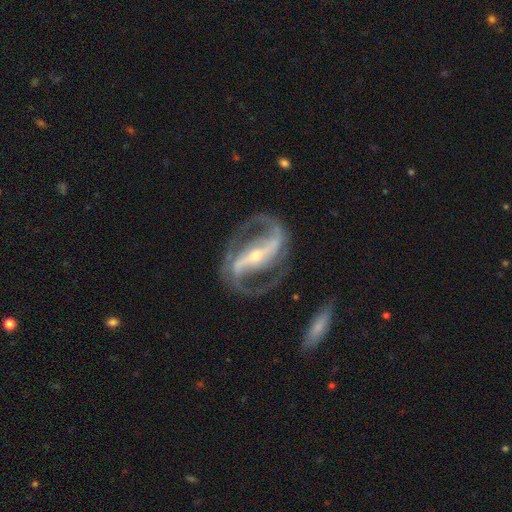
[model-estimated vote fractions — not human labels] smooth_or_featured: featured or disk (p=0.92) [alt: star or artifact p=0.05]
disk_edge_on: no (p=0.95) [alt: yes p=0.05]
bar: strong (p=0.78) [alt: weak p=0.15]
has_spiral_arms: yes (p=0.97) [alt: no p=0.03]
spiral_winding: medium (p=0.57) [alt: tight p=0.24]
spiral_arm_count: 2 (p=0.93) [alt: can't tell p=0.02]
bulge_size: small (p=0.59) [alt: moderate p=0.36]
merging: none (p=0.80) [alt: minor disturbance p=0.11]